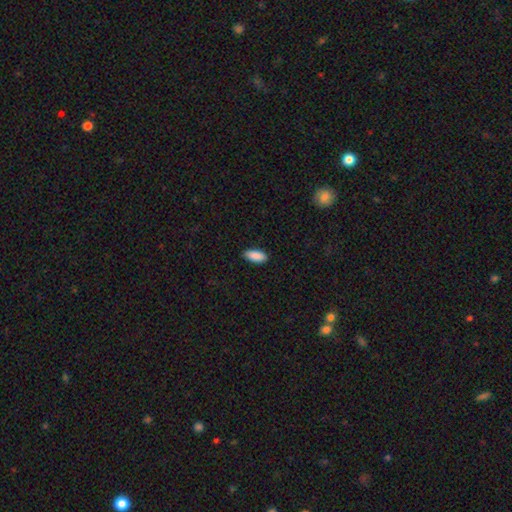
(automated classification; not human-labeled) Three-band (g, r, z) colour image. It shows a smooth galaxy with no disk features (90%) that is in between round and cigar-shaped (89%). Merging: none (88%).